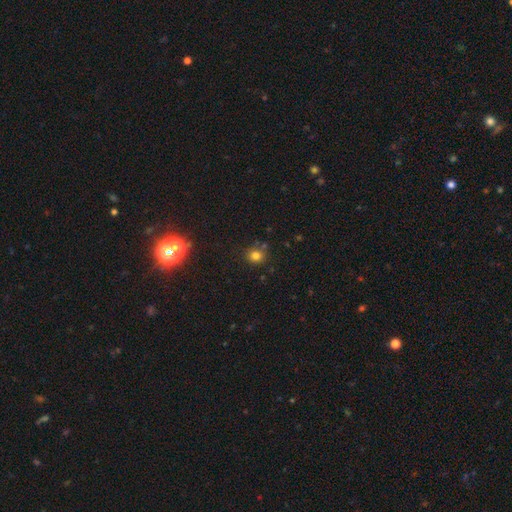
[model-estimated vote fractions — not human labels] Smooth or featured?
  - smooth: 78% *
  - star or artifact: 16%
  - featured or disk: 6%
How rounded?
  - round: 83% *
  - in between: 16%
  - cigar-shaped: 1%
Merging?
  - none: 77% *
  - minor disturbance: 12%
  - merger: 7%
  - major disturbance: 3%